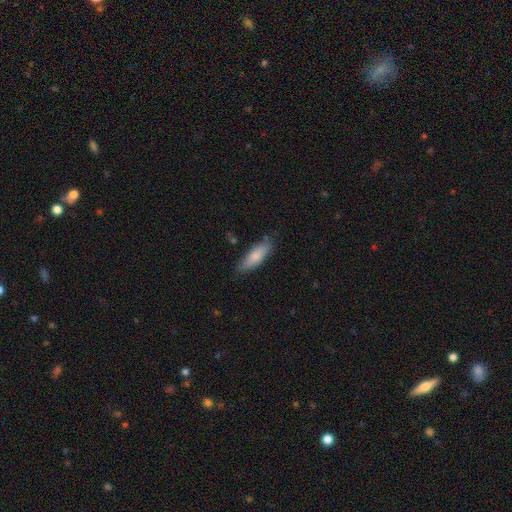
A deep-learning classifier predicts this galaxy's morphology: A smooth galaxy with no disk features (80%) that is in between round and cigar-shaped (56%). Merging: none (75%).